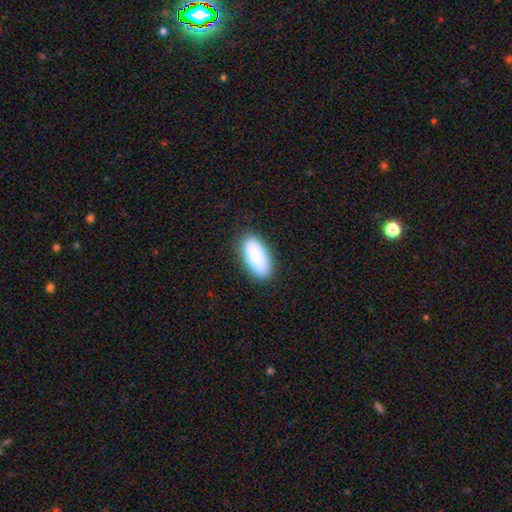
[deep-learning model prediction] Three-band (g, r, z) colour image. It shows a smooth galaxy with no disk features (86%) that is in between round and cigar-shaped (86%). Merging: none (83%).